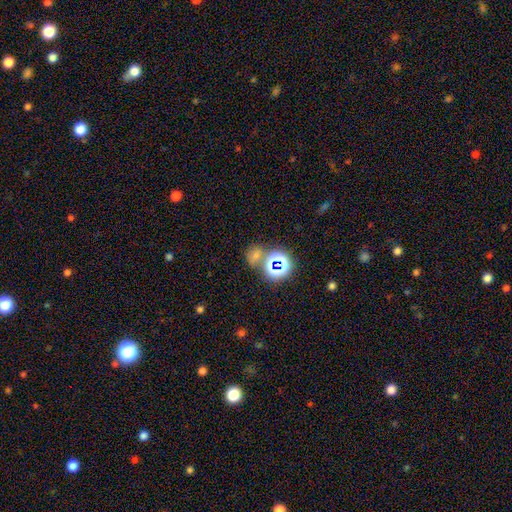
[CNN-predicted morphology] This appears to be a smooth galaxy with no disk features (48%). Merging: none (53%).